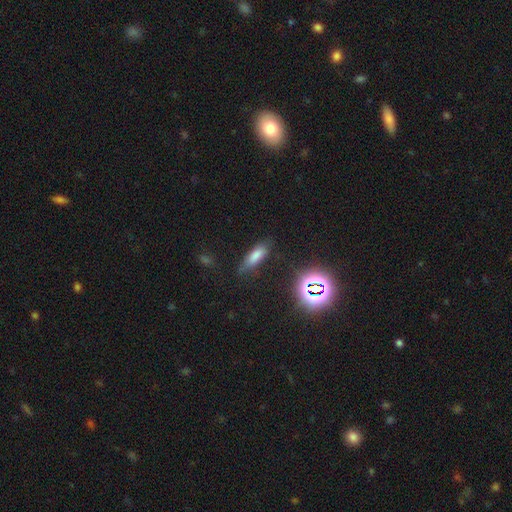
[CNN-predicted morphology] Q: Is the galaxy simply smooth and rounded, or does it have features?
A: smooth — 72%.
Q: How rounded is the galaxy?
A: in between — 56%.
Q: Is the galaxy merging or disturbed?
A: none — 69%.